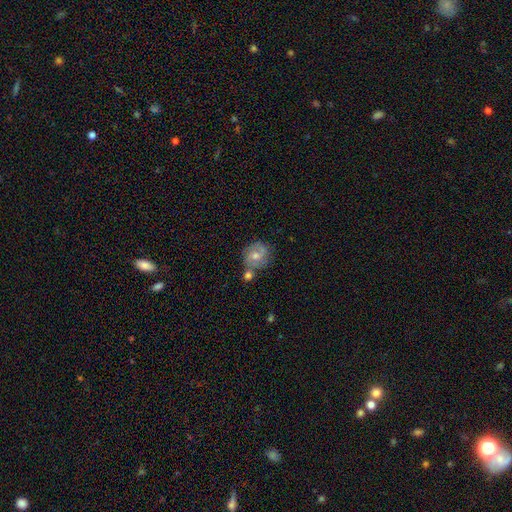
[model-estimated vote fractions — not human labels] Smooth or featured?
  - featured or disk: 62% *
  - smooth: 27%
  - star or artifact: 11%
Edge-on disk?
  - no: 97% *
  - yes: 3%
Bar?
  - no: 63% *
  - weak: 31%
  - strong: 6%
Spiral arms?
  - yes: 85% *
  - no: 15%
Spiral winding?
  - tight: 48% *
  - medium: 41%
  - loose: 12%
Spiral arm count?
  - 2: 54% *
  - can't tell: 22%
  - 3: 14%
  - 1: 5%
  - 4: 3%
  - more than 4: 3%
Bulge size?
  - moderate: 64% *
  - small: 31%
  - large: 3%
  - none: 2%
  - dominant: 1%
Merging?
  - none: 65% *
  - minor disturbance: 16%
  - merger: 14%
  - major disturbance: 5%